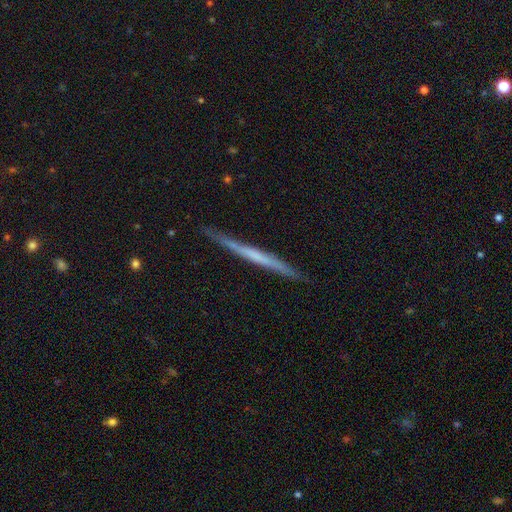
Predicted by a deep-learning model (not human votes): Q: Smooth or featured?
A: featured or disk (60%); runner-up: smooth (35%)
Q: Edge-on disk?
A: yes (97%); runner-up: no (3%)
Q: Edge-on bulge?
A: none (79%); runner-up: rounded (12%)
Q: Merging?
A: none (87%); runner-up: minor disturbance (9%)